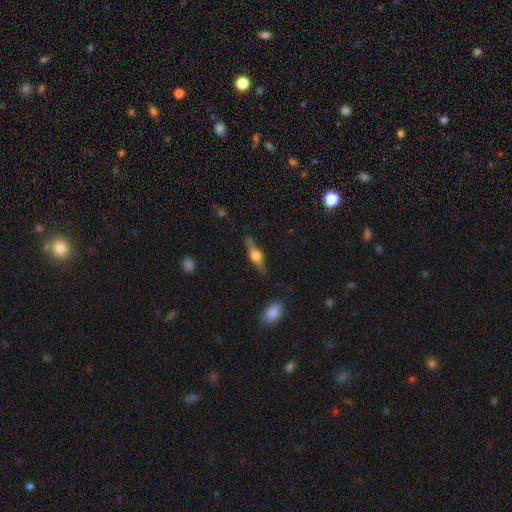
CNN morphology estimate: smooth_or_featured: featured or disk (p=0.65) [alt: smooth p=0.28]
disk_edge_on: yes (p=0.96) [alt: no p=0.04]
edge_on_bulge: rounded (p=0.91) [alt: boxy p=0.07]
merging: none (p=0.81) [alt: minor disturbance p=0.14]